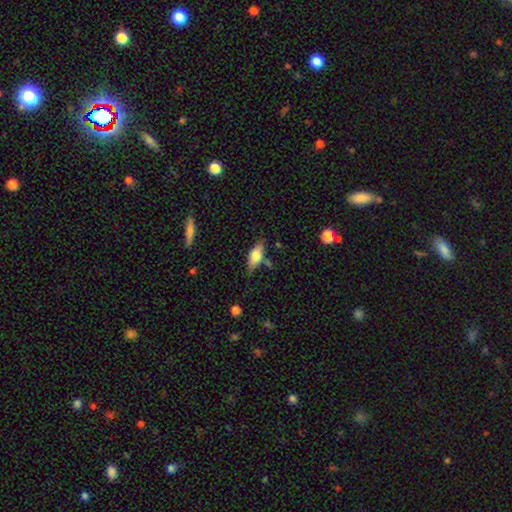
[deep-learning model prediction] Smooth or featured?
  - smooth: 60% *
  - featured or disk: 33%
  - star or artifact: 7%
How rounded?
  - in between: 72% *
  - cigar-shaped: 24%
  - round: 4%
Merging?
  - none: 72% *
  - minor disturbance: 18%
  - merger: 6%
  - major disturbance: 4%